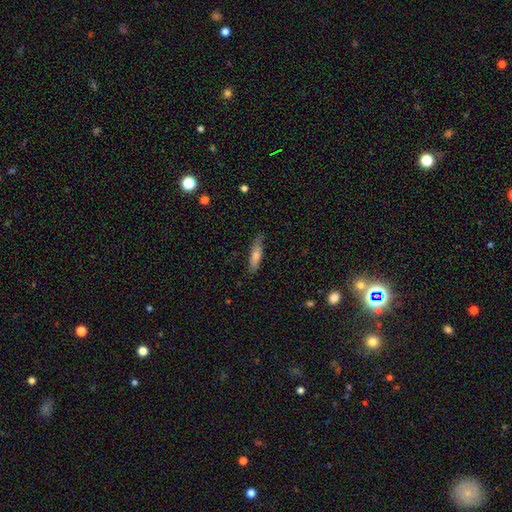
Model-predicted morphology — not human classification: Smooth or featured? Predicted: smooth (p=0.62). How rounded? Predicted: cigar-shaped (p=0.78). Merging? Predicted: none (p=0.82).